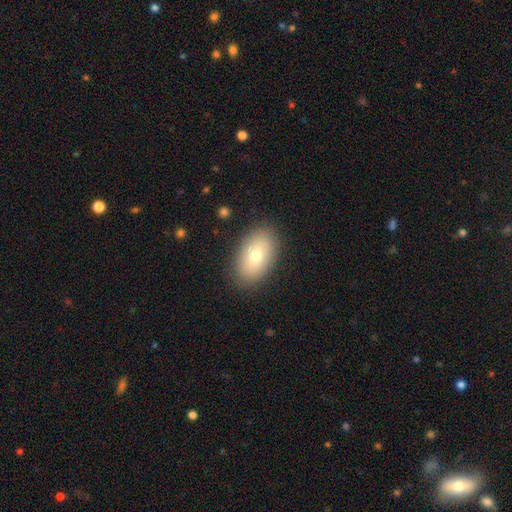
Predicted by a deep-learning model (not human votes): A smooth galaxy with no disk features (74%) that is in between round and cigar-shaped (92%). Merging: none (87%).